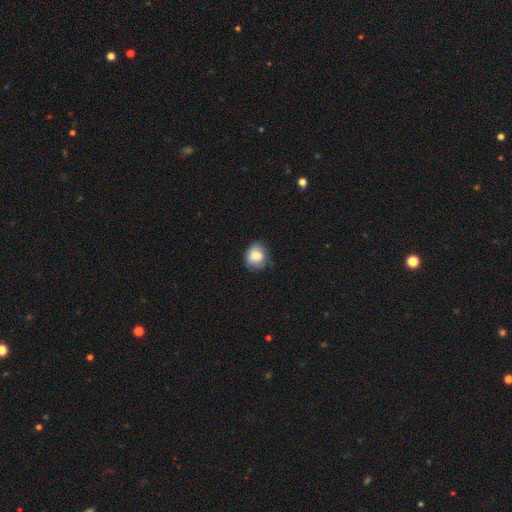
smooth-or-featured: smooth: 84% | featured or disk: 11% | star or artifact: 5%
  how-rounded: round: 84% | in between: 16% | cigar-shaped: 0%
  merging: minor disturbance: 46% | none: 43% | major disturbance: 9% | merger: 3%